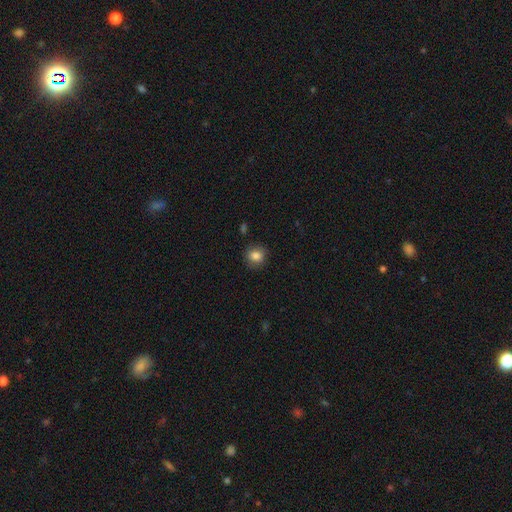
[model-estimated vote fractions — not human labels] smooth-or-featured: smooth: 83% | star or artifact: 10% | featured or disk: 7%
  how-rounded: round: 82% | in between: 17% | cigar-shaped: 1%
  merging: none: 83% | minor disturbance: 12% | major disturbance: 3% | merger: 2%